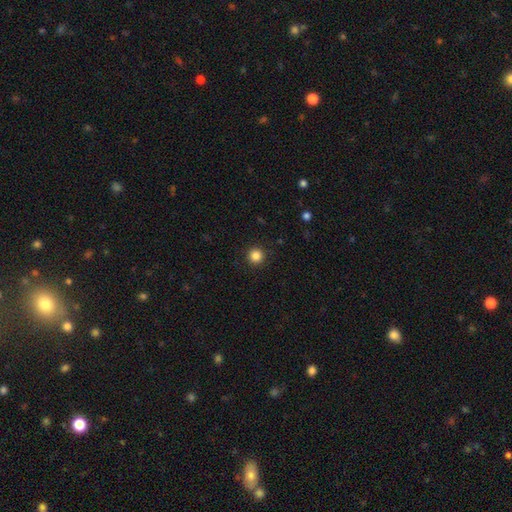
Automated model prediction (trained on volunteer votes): Morphology: type=smooth (85%); roundness=round (96%); merging=none (92%).